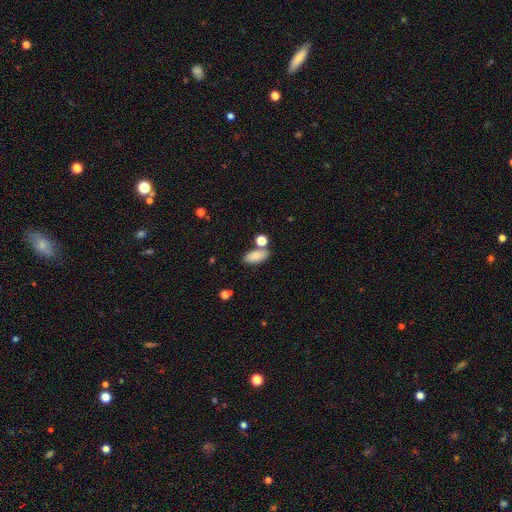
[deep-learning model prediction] Smooth or featured? Predicted: smooth (p=0.84). How rounded? Predicted: in between (p=0.88). Merging? Predicted: none (p=0.67).